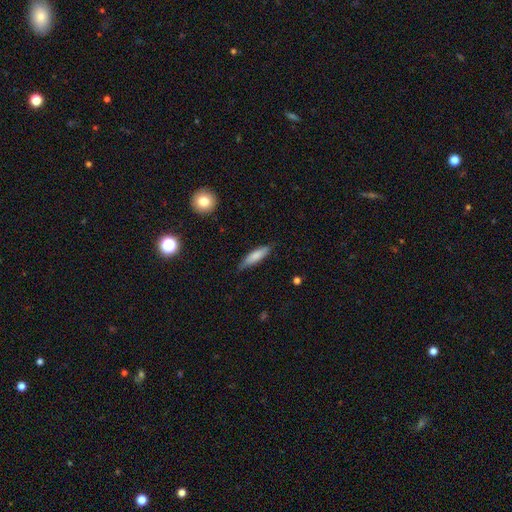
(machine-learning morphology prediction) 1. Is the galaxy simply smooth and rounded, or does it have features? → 77% smooth, 17% featured or disk, 6% star or artifact.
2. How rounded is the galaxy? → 69% cigar-shaped, 30% in between, 2% round.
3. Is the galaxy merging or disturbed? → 74% none, 21% minor disturbance, 3% major disturbance, 1% merger.